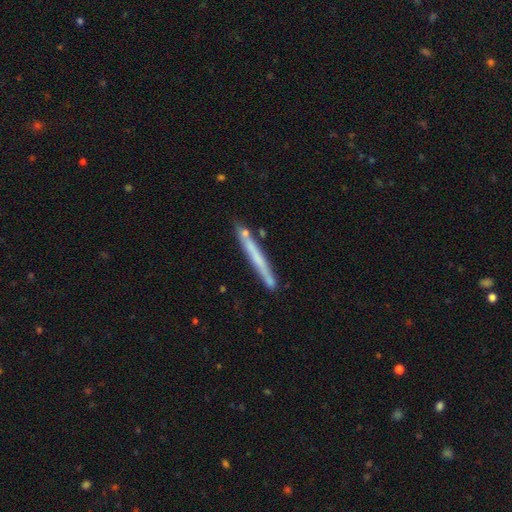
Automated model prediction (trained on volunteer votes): Smooth or featured? smooth (51%)
How rounded? cigar-shaped (97%)
Merging? none (79%)